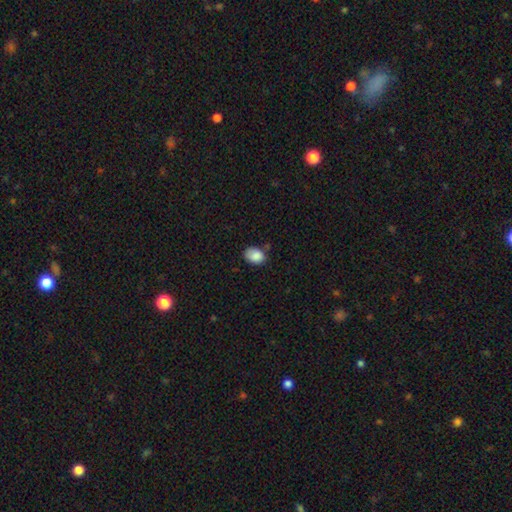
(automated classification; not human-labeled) A smooth galaxy with no disk features (87%) that is in between round and cigar-shaped (75%). Merging: none (68%).